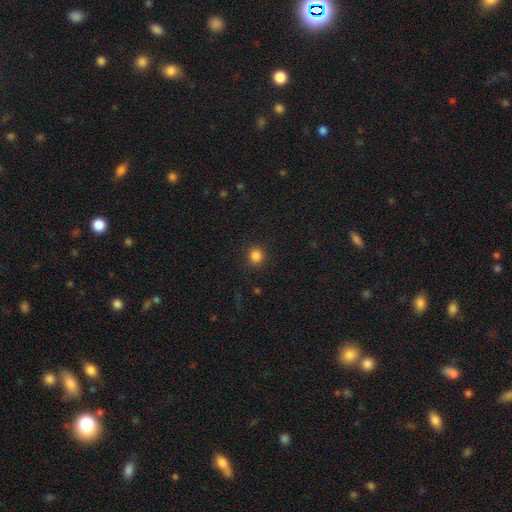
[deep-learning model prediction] The model was most divided on "smooth or featured": smooth: 85%, star or artifact: 12%, featured or disk: 3%. More confident: how rounded — round (90%); merging — none (90%).